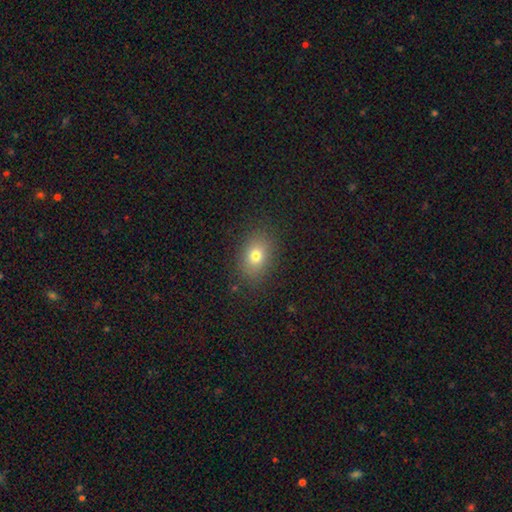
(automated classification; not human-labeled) smooth-or-featured: smooth: 76% | star or artifact: 13% | featured or disk: 11%
  how-rounded: in between: 70% | round: 28% | cigar-shaped: 1%
  merging: none: 86% | minor disturbance: 10% | major disturbance: 4% | merger: 1%